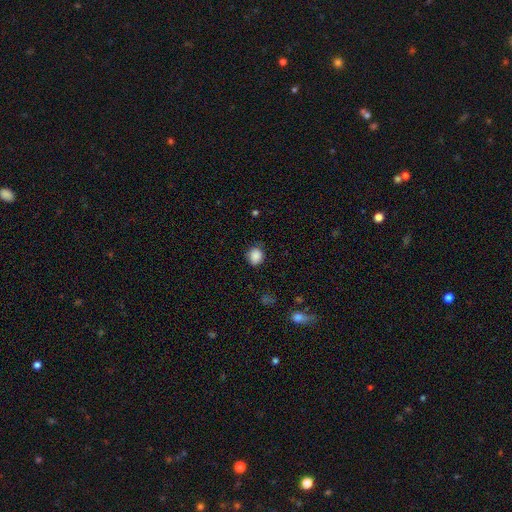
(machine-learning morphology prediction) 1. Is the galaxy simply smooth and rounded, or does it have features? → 87% smooth, 9% star or artifact, 4% featured or disk.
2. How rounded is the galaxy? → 82% round, 17% in between, 1% cigar-shaped.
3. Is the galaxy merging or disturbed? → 78% none, 17% minor disturbance, 4% major disturbance, 1% merger.